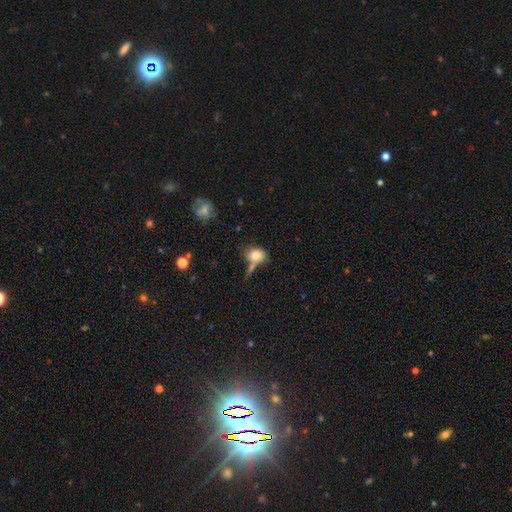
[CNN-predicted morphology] The model was most divided on "merging": none: 42%, merger: 29%, minor disturbance: 18%, major disturbance: 11%. More confident: smooth or featured — smooth (79%); how rounded — in between (67%).